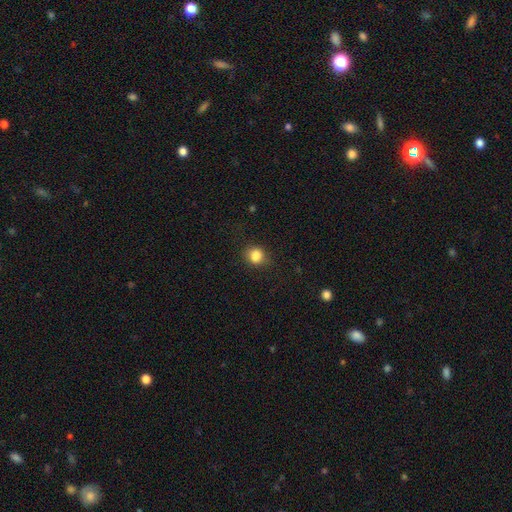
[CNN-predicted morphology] Overall: smooth (84%). How rounded: round (70%). Merging: none (78%).